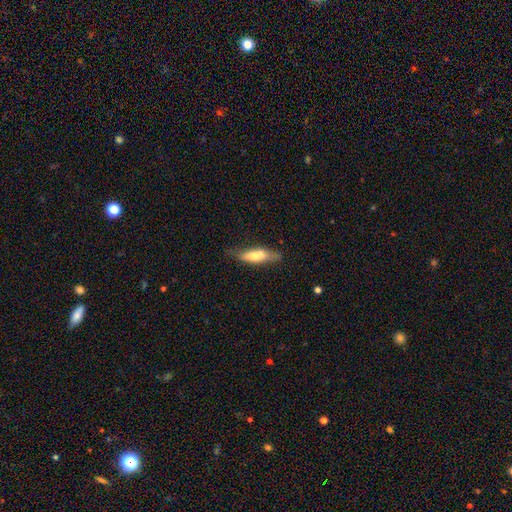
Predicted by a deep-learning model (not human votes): A smooth galaxy with no disk features (61%) that is cigar-shaped (58%). Merging: none (61%).